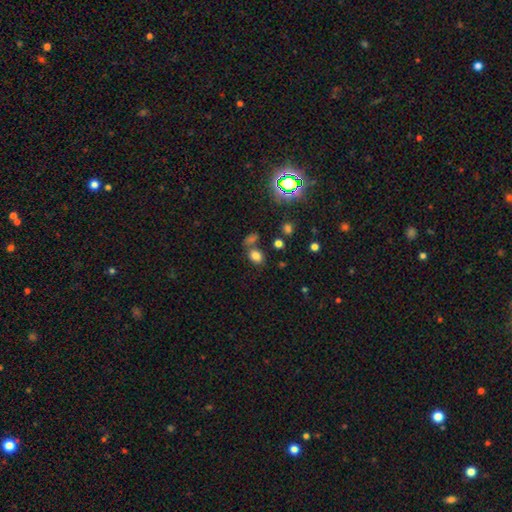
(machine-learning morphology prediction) Q: Smooth or featured?
A: smooth (75%); runner-up: star or artifact (18%)
Q: How rounded?
A: in between (64%); runner-up: round (35%)
Q: Merging?
A: none (59%); runner-up: merger (24%)